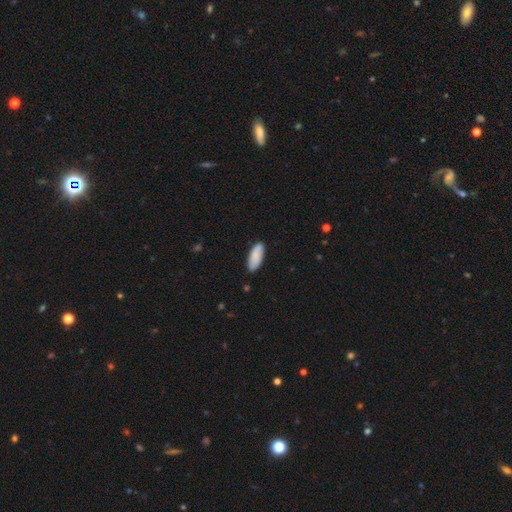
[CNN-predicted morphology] A smooth galaxy with no disk features (85%) that is in between round and cigar-shaped (77%).

Vote fractions:
- Smooth or featured? smooth: 85% / featured or disk: 9% / star or artifact: 6%
- How rounded? in between: 77% / cigar-shaped: 21% / round: 2%
- Merging? none: 83% / minor disturbance: 13% / major disturbance: 2% / merger: 2%